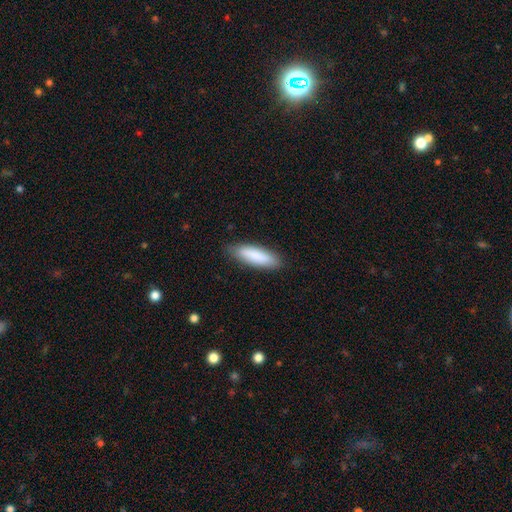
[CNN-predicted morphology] smooth 86%, featured or disk 8%, star or artifact 5%. Down the decision tree: how rounded — cigar-shaped (53%); merging — none (85%).